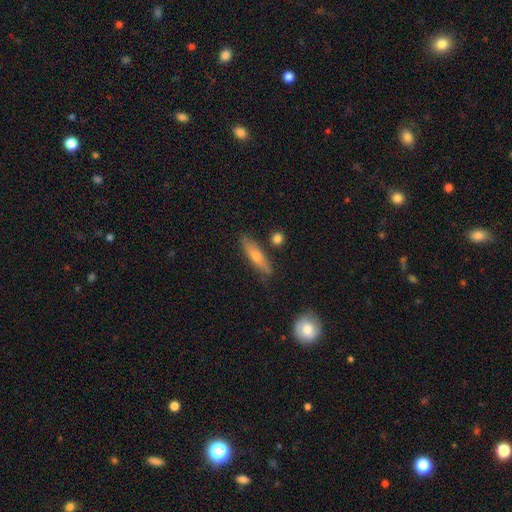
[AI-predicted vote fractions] This is possibly a smooth galaxy (56%). How rounded: likely cigar-shaped (77%). Merging: clearly none (81%).